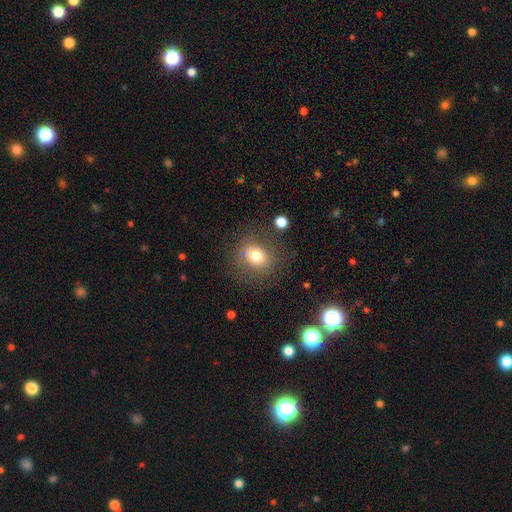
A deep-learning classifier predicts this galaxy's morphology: Q: Smooth or featured?
A: smooth (74%); runner-up: featured or disk (14%)
Q: How rounded?
A: round (71%); runner-up: in between (29%)
Q: Merging?
A: none (76%); runner-up: minor disturbance (14%)